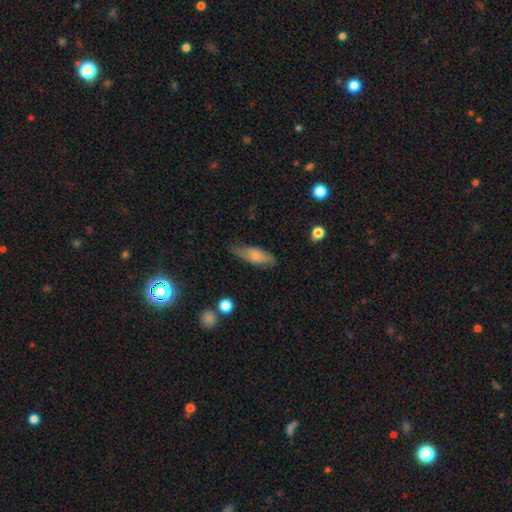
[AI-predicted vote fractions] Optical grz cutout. It shows a smooth galaxy with no disk features (62%) that is in between round and cigar-shaped (72%). Merging: none (63%).